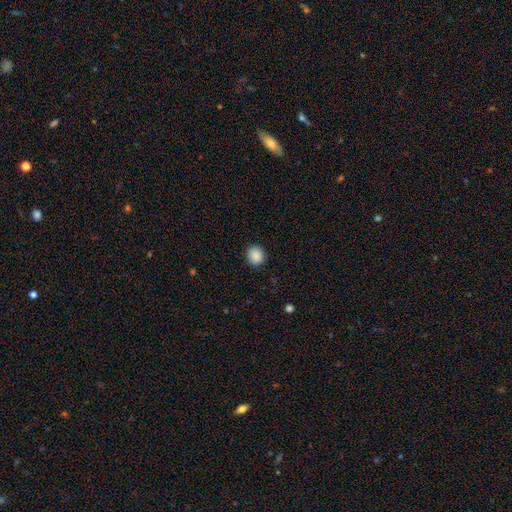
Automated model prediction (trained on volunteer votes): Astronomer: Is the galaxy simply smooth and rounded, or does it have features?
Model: smooth — 89%.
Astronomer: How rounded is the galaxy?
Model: round — 84%.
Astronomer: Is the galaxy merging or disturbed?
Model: none — 90%.